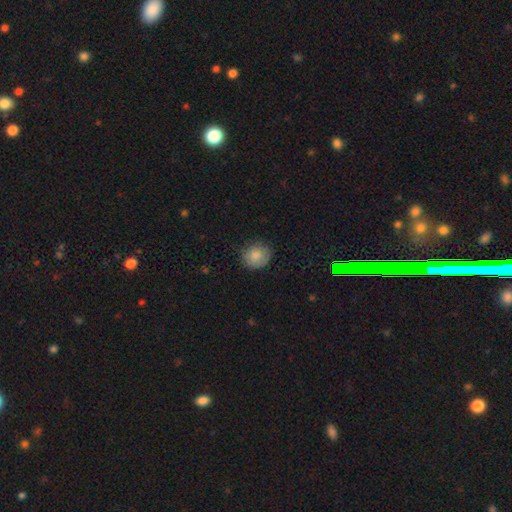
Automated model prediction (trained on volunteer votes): A smooth galaxy with no disk features (83%) that is round (82%).

Vote fractions:
- Smooth or featured? smooth: 83% / featured or disk: 9% / star or artifact: 8%
- How rounded? round: 82% / in between: 17% / cigar-shaped: 1%
- Merging? none: 78% / minor disturbance: 17% / major disturbance: 4% / merger: 1%